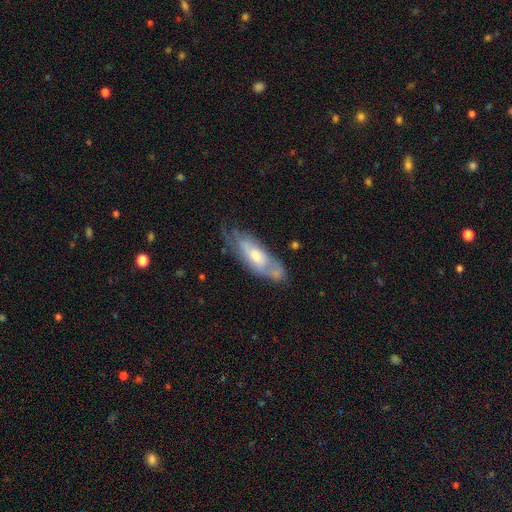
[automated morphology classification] Smooth or featured? Predicted: featured or disk (p=0.56). Edge-on disk? Predicted: no (p=0.75). Merging? Predicted: none (p=0.49).